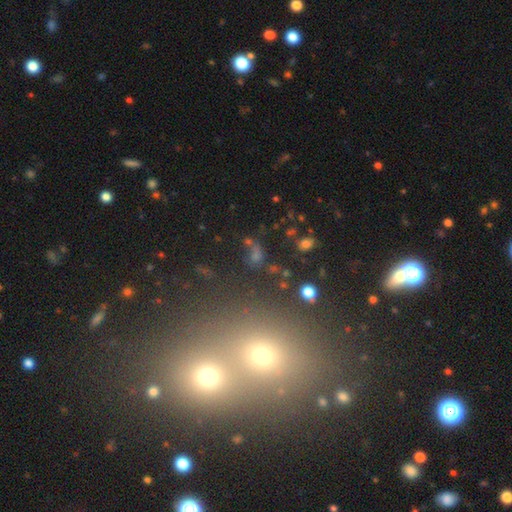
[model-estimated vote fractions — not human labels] Smooth or featured? Predicted: smooth (p=0.49). Merging? Predicted: none (p=0.55).